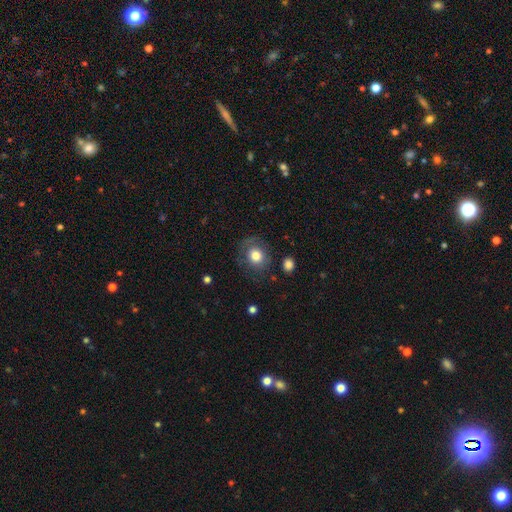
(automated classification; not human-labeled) This is likely a smooth galaxy (77%). How rounded: likely round (74%). Merging: likely none (71%).